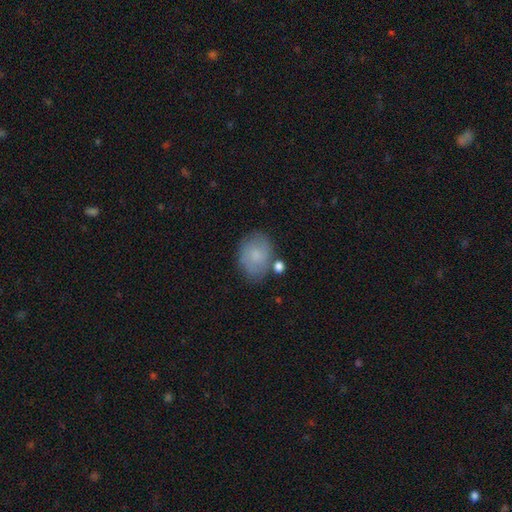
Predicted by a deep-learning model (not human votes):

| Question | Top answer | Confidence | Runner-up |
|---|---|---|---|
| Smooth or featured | smooth | 72% | featured or disk (19%) |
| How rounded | in between | 64% | round (35%) |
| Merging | none | 66% | minor disturbance (19%) |